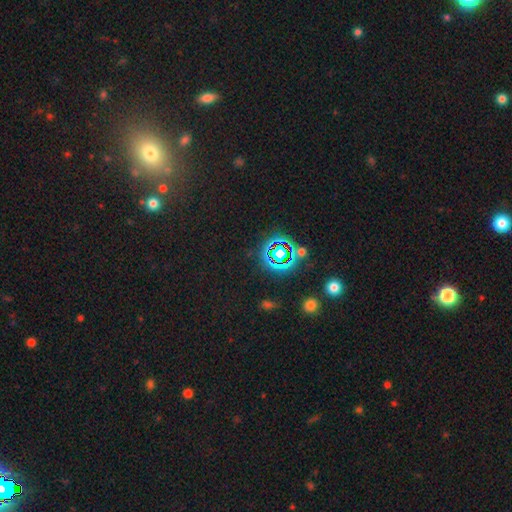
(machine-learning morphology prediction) Smooth or featured: star or artifact — 71% (smooth — 19%)